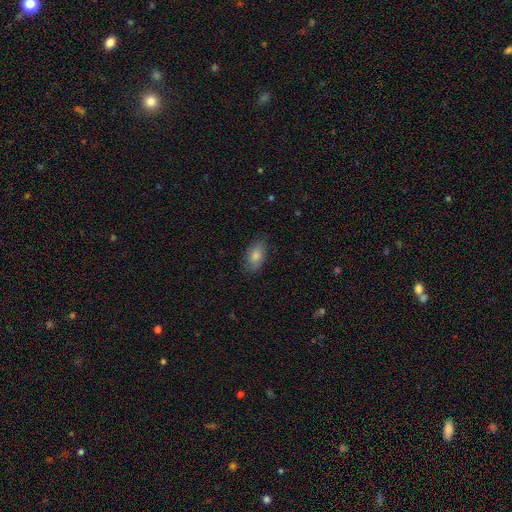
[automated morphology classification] A smooth galaxy with no disk features (81%) that is in between round and cigar-shaped (92%). Merging: none (82%).